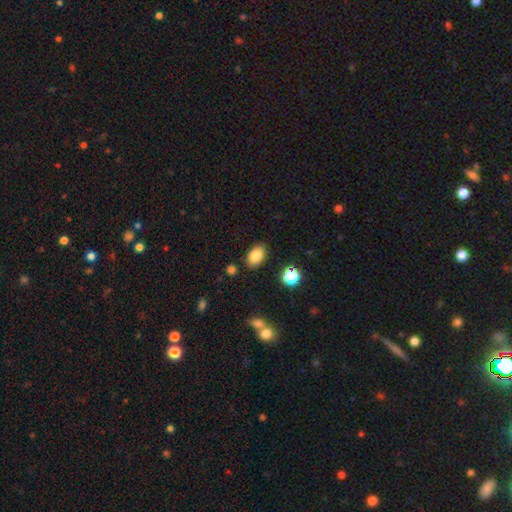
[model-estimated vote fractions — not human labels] smooth 83%, star or artifact 10%, featured or disk 7%. Down the decision tree: how rounded — in between (86%); merging — none (85%).